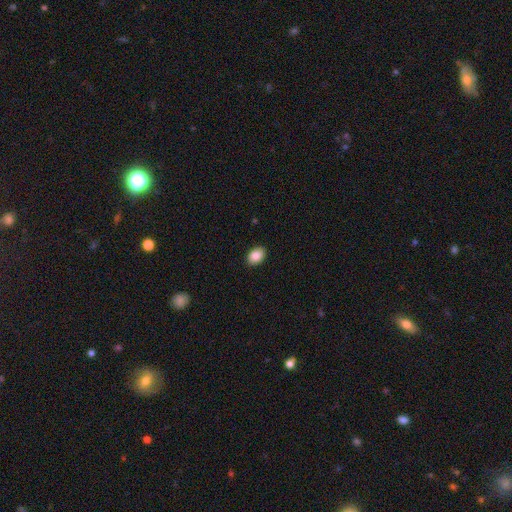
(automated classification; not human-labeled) A smooth galaxy with no disk features (89%) that is in between round and cigar-shaped (81%). Merging: none (90%).